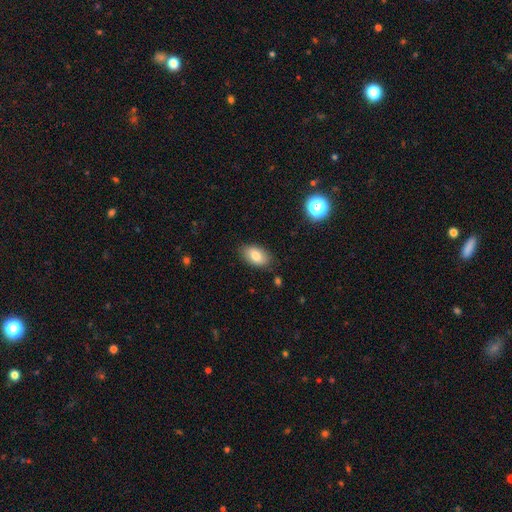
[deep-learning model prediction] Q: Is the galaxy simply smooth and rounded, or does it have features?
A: smooth — 81%.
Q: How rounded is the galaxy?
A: in between — 92%.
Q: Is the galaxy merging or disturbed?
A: none — 83%.